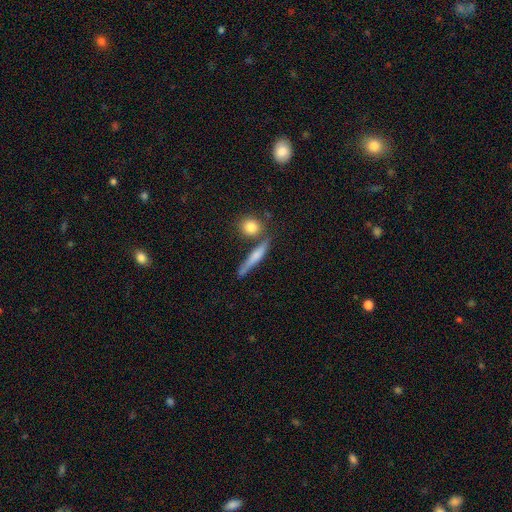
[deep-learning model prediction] smooth_or_featured: smooth (p=0.60) [alt: featured or disk p=0.32]
how_rounded: cigar-shaped (p=0.80) [alt: in between p=0.11]
merging: none (p=0.69) [alt: minor disturbance p=0.14]